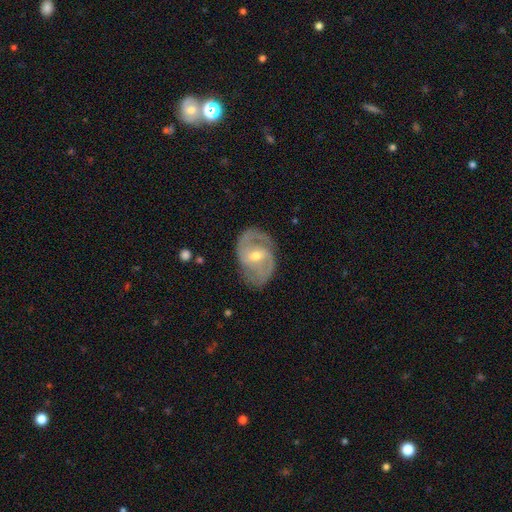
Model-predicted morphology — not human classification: smooth-or-featured: featured or disk: 87% | smooth: 8% | star or artifact: 5%
  disk-edge-on: no: 97% | yes: 3%
    bar: weak: 51% | strong: 26% | no: 23%
    has-spiral-arms: yes: 95% | no: 5%
      spiral-winding: medium: 52% | tight: 30% | loose: 18%
      spiral-arm-count: 2: 86% | can't tell: 6% | 3: 4% | 1: 2% | 4: 1% | more than 4: 1%
    bulge-size: moderate: 54% | small: 42% | large: 2% | none: 1% | dominant: 1%
  merging: none: 76% | minor disturbance: 17% | major disturbance: 6% | merger: 1%